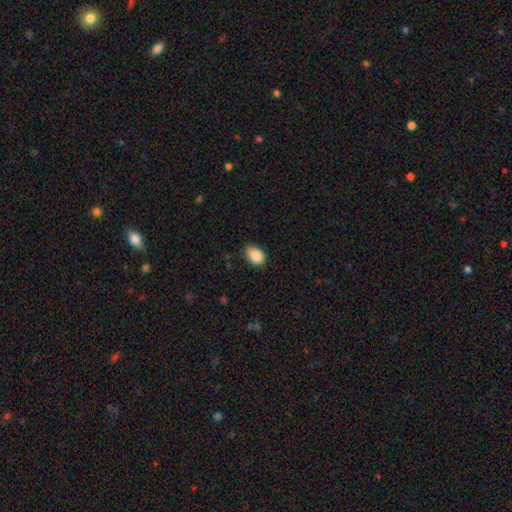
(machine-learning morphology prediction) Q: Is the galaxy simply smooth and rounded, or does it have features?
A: smooth — 89%.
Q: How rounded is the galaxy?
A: in between — 81%.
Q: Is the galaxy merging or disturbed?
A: none — 74%.